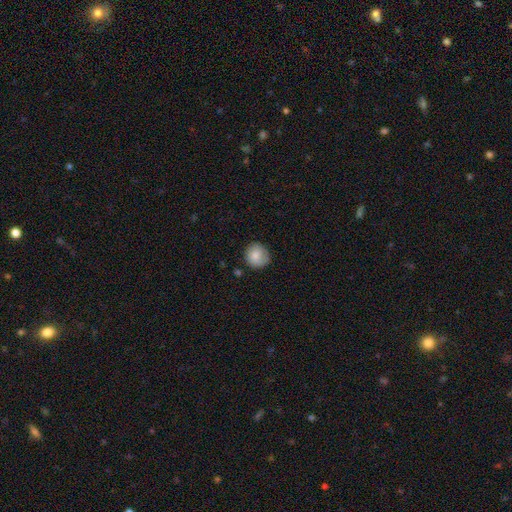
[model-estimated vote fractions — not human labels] smooth 80%, featured or disk 12%, star or artifact 8%. Down the decision tree: how rounded — round (89%); merging — none (77%).